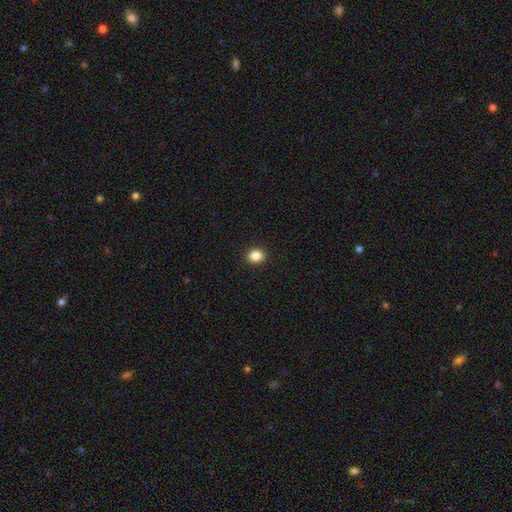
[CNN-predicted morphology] Smooth or featured? smooth (85%)
How rounded? round (65%)
Merging? none (92%)